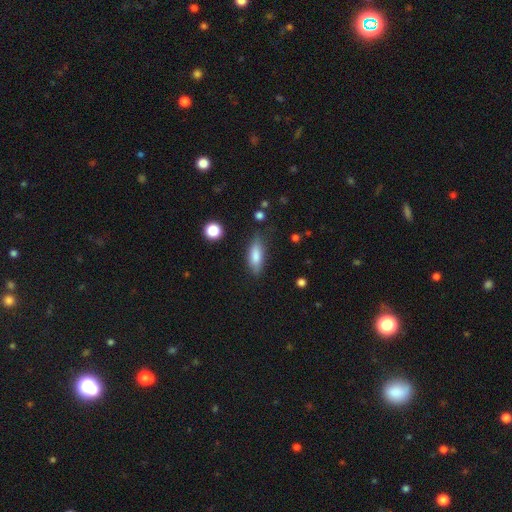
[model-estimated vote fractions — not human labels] smooth 78%, featured or disk 15%, star or artifact 7%. Down the decision tree: how rounded — in between (64%); merging — none (76%).